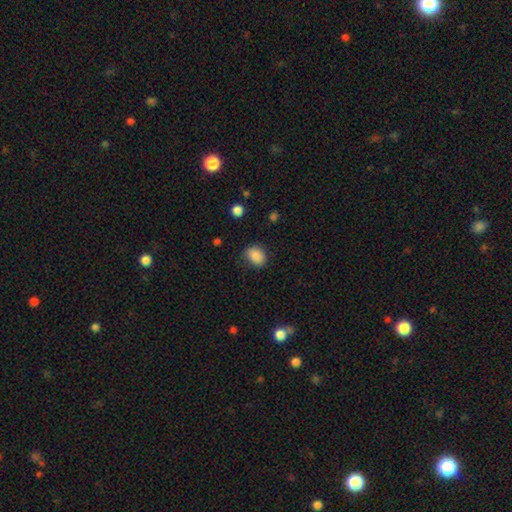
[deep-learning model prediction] Q: Smooth or featured?
A: smooth (86%); runner-up: star or artifact (9%)
Q: How rounded?
A: in between (61%); runner-up: round (38%)
Q: Merging?
A: none (72%); runner-up: minor disturbance (21%)